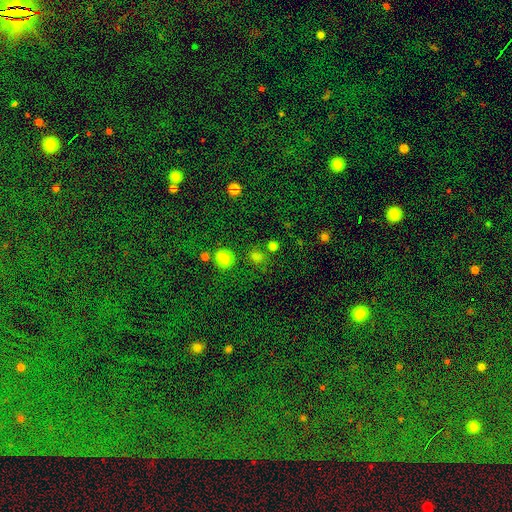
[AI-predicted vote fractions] Smooth or featured?
  - smooth: 59% *
  - star or artifact: 35%
  - featured or disk: 6%
How rounded?
  - round: 79% *
  - in between: 19%
  - cigar-shaped: 1%
Merging?
  - none: 74% *
  - minor disturbance: 11%
  - merger: 9%
  - major disturbance: 5%